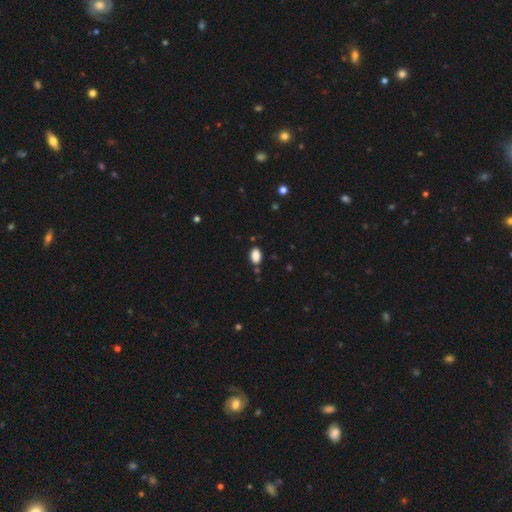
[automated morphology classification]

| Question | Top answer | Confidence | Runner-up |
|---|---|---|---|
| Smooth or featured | smooth | 88% | star or artifact (9%) |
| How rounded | in between | 89% | round (9%) |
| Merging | none | 82% | minor disturbance (13%) |